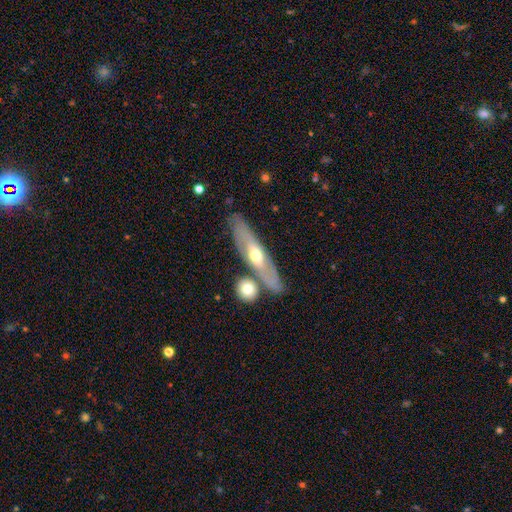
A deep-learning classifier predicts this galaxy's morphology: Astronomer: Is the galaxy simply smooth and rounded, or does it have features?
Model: featured or disk — 57% (runner-up: smooth, 37%).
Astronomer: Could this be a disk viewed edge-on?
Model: yes — 60% (runner-up: no, 40%).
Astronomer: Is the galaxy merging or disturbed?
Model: none — 72%.